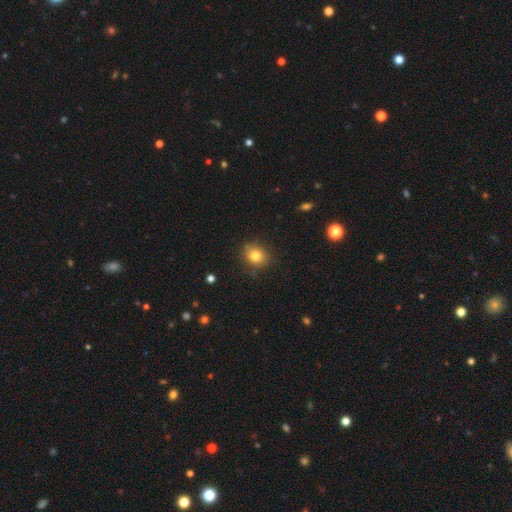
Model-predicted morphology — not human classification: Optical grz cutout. It shows a smooth galaxy with no disk features (80%) that is round (70%). Merging: none (83%).